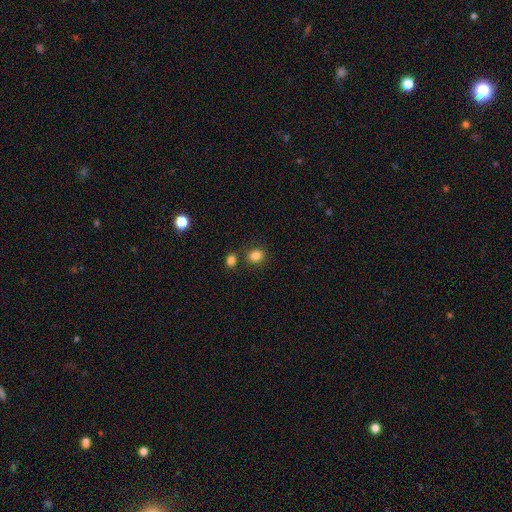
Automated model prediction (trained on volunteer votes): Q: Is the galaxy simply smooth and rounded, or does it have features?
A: smooth — 83%.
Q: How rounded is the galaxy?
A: round — 56%.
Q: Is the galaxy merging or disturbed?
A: none — 74%.